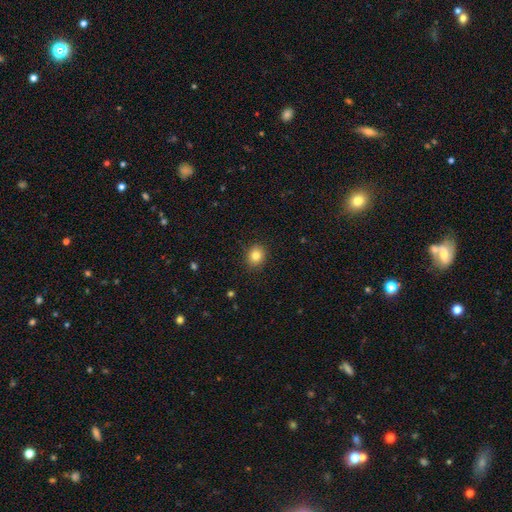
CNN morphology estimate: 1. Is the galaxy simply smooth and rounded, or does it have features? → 82% smooth, 11% star or artifact, 7% featured or disk.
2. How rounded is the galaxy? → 68% round, 31% in between, 1% cigar-shaped.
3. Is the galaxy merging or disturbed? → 89% none, 8% minor disturbance, 2% major disturbance, 1% merger.